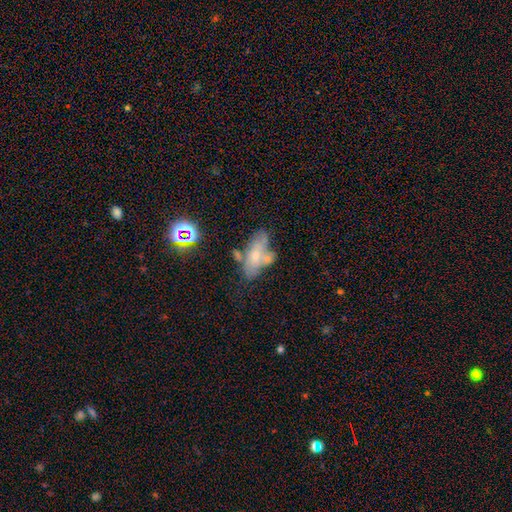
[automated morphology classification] A smooth galaxy with no disk features (45%). Merging: none (36%).